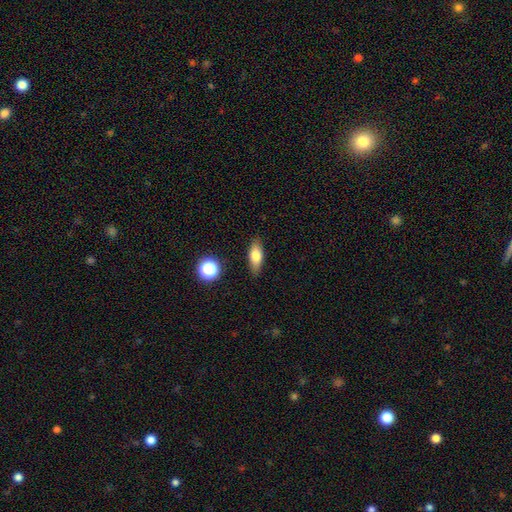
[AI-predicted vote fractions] Smooth or featured?
  - smooth: 74% *
  - featured or disk: 18%
  - star or artifact: 9%
How rounded?
  - in between: 69% *
  - cigar-shaped: 25%
  - round: 6%
Merging?
  - none: 85% *
  - minor disturbance: 11%
  - major disturbance: 3%
  - merger: 2%